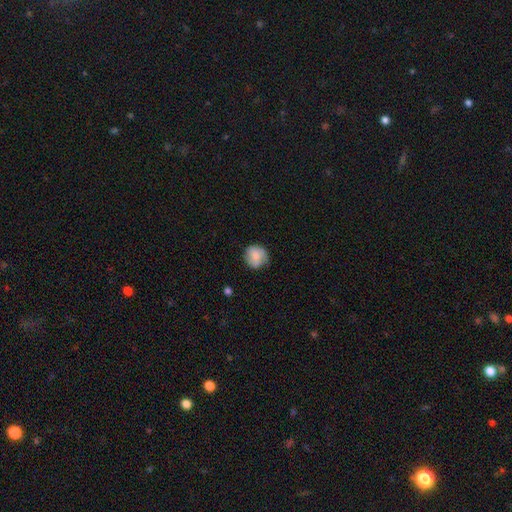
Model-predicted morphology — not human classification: This is likely a smooth galaxy (67%). How rounded: clearly round (84%). Merging: likely none (68%).